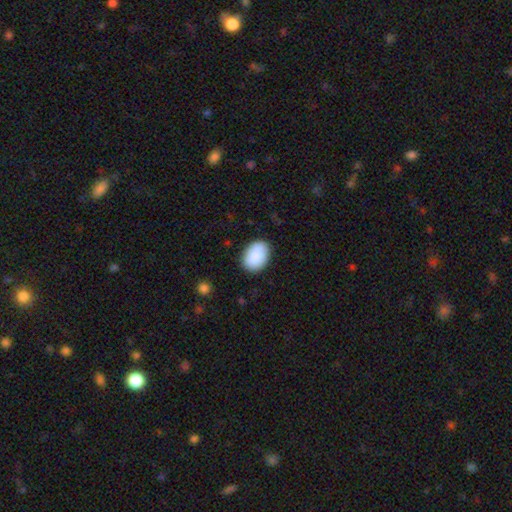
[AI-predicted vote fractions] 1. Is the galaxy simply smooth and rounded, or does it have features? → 90% smooth, 6% star or artifact, 4% featured or disk.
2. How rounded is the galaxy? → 81% in between, 18% round, 1% cigar-shaped.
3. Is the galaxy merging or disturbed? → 85% none, 11% minor disturbance, 2% major disturbance, 1% merger.